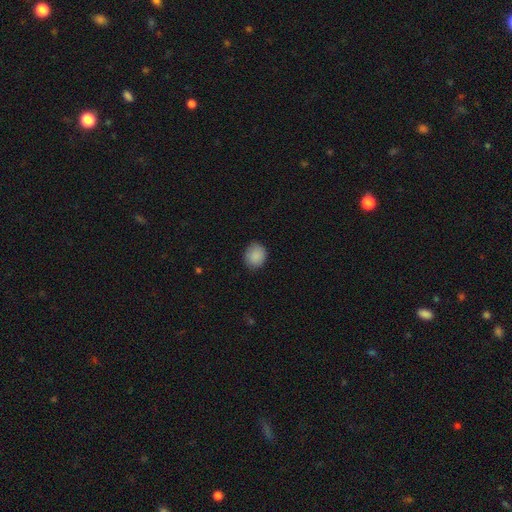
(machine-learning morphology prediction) Q: Smooth or featured?
A: smooth (89%); runner-up: star or artifact (8%)
Q: How rounded?
A: round (66%); runner-up: in between (33%)
Q: Merging?
A: none (83%); runner-up: minor disturbance (14%)